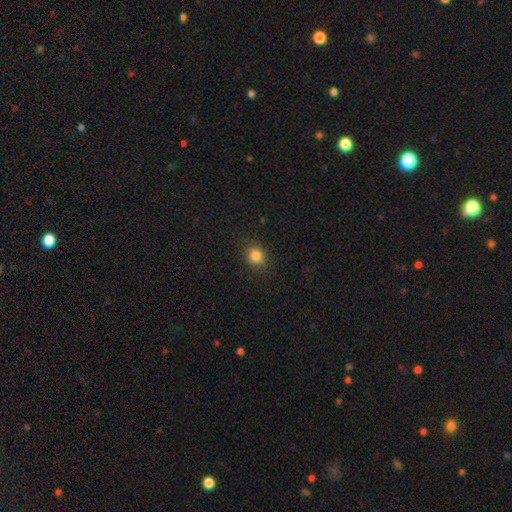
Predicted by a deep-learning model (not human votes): smooth-or-featured: smooth: 83% | star or artifact: 12% | featured or disk: 5%
  how-rounded: round: 74% | in between: 25% | cigar-shaped: 1%
  merging: none: 87% | minor disturbance: 9% | major disturbance: 3% | merger: 1%